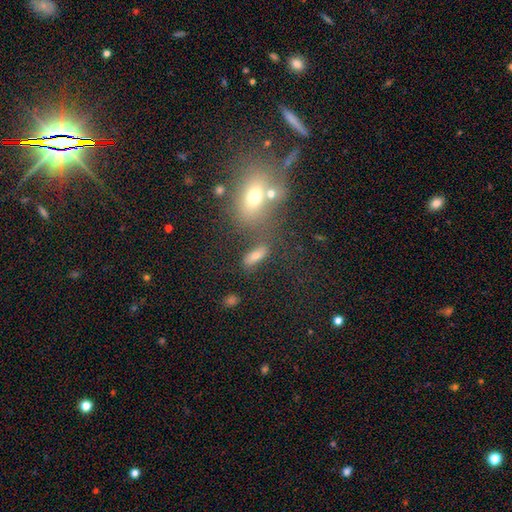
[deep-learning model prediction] Morphology: type=smooth (64%); roundness=in between (62%); merging=none (60%).